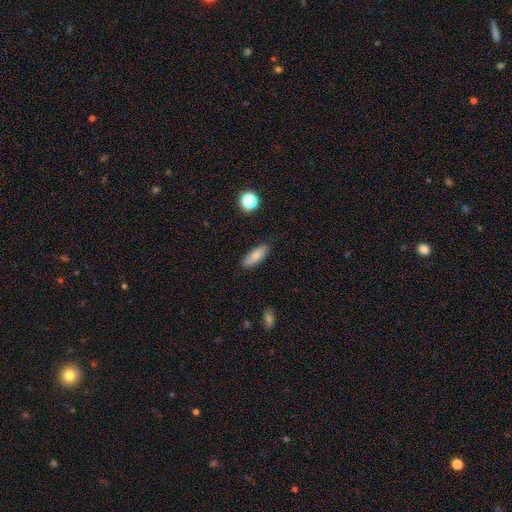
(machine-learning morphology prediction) A smooth galaxy with no disk features (79%) that is in between round and cigar-shaped (68%). Merging: none (84%).